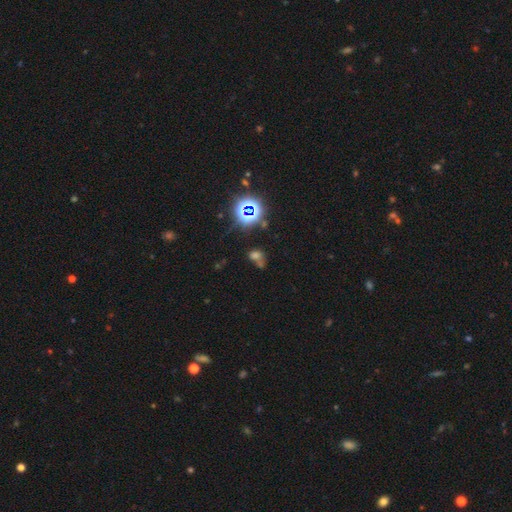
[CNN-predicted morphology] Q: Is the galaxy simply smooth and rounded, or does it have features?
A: smooth — 46%.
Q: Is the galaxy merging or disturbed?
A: none — 45%.